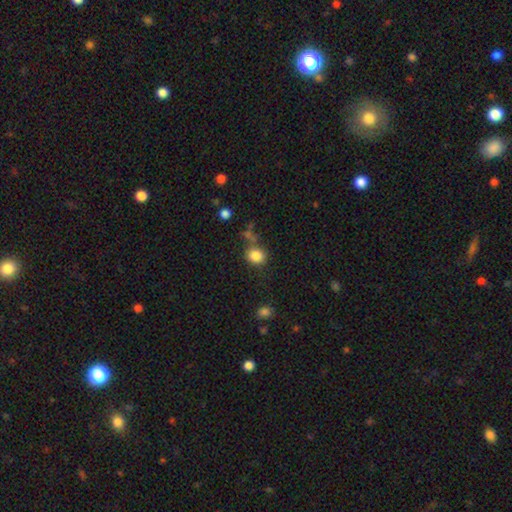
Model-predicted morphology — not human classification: smooth 84%, star or artifact 11%, featured or disk 5%. Down the decision tree: how rounded — round (66%); merging — none (69%).